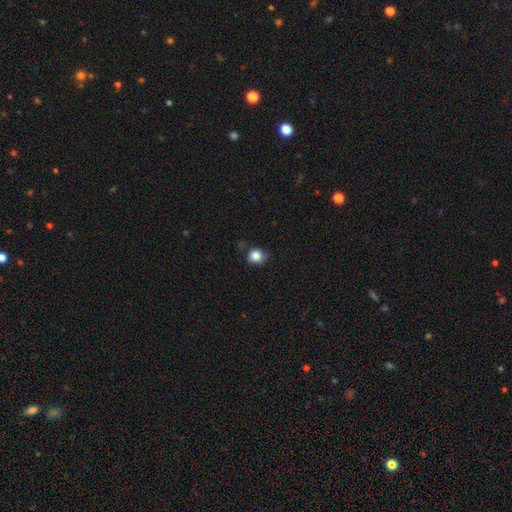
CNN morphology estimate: Smooth or featured? smooth (83%)
How rounded? round (76%)
Merging? none (70%)